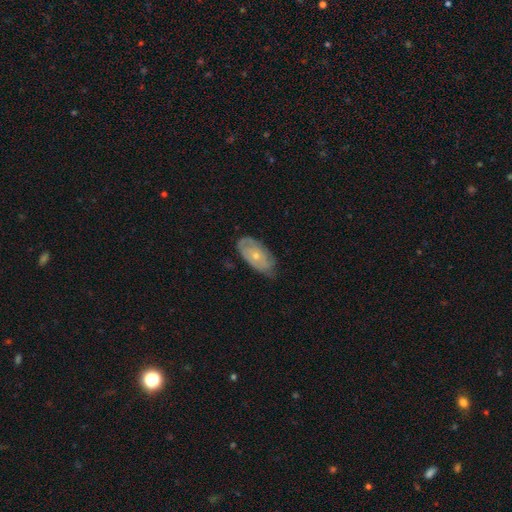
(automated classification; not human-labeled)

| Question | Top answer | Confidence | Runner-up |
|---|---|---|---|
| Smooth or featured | featured or disk | 54% | smooth (40%) |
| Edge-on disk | no | 89% | yes (11%) |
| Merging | none | 65% | minor disturbance (27%) |